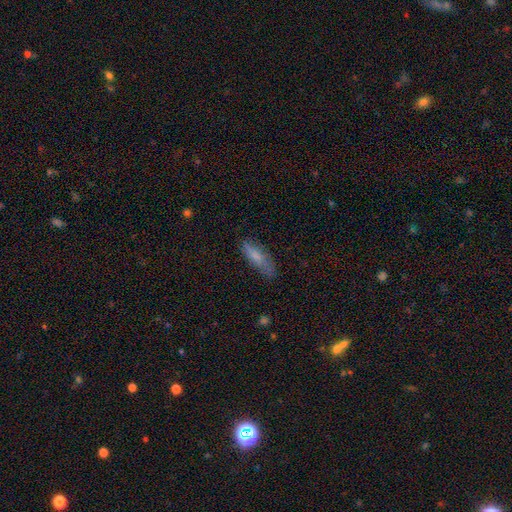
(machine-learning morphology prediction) Smooth or featured: smooth — 75% (featured or disk — 18%)
How rounded: in between — 50% (cigar-shaped — 48%)
Merging: none — 64% (minor disturbance — 26%)